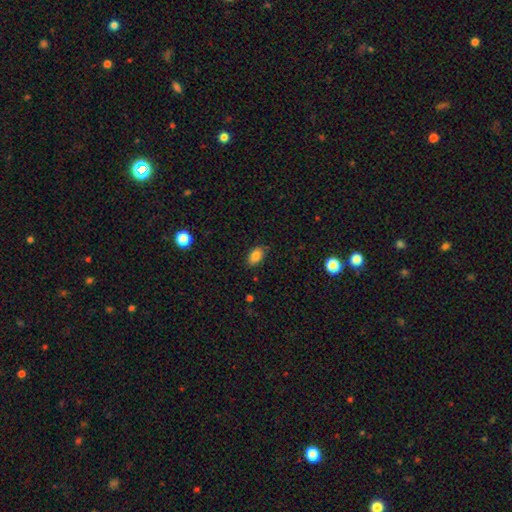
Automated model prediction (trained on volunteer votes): Morphology: type=smooth (83%); roundness=in between (87%); merging=none (79%).